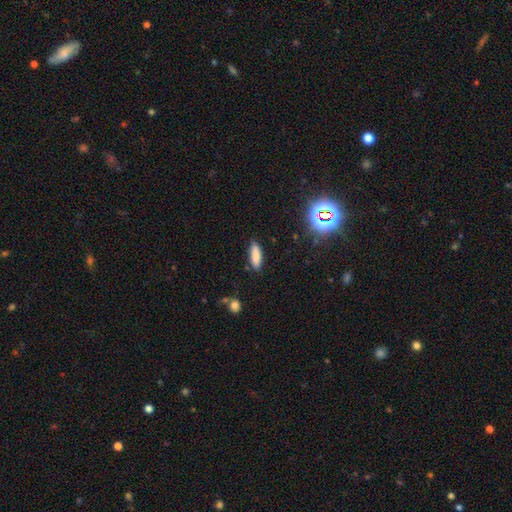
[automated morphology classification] smooth-or-featured: smooth: 83% | star or artifact: 9% | featured or disk: 7%
  how-rounded: in between: 50% | cigar-shaped: 48% | round: 2%
  merging: none: 85% | minor disturbance: 11% | major disturbance: 2% | merger: 2%